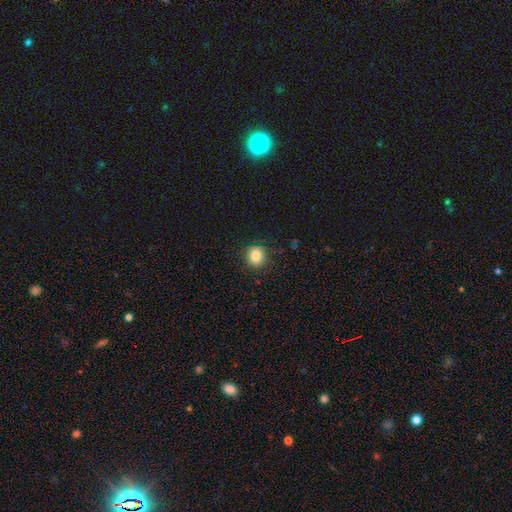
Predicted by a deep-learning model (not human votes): Smooth or featured? smooth (82%)
How rounded? round (87%)
Merging? none (87%)